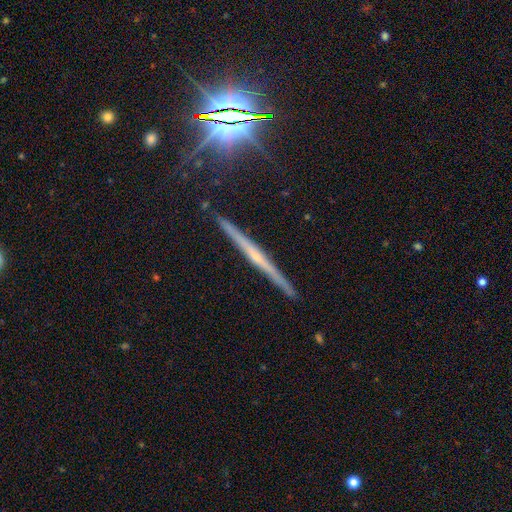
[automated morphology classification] featured or disk 71%, smooth 16%, star or artifact 12%. Down the decision tree: edge-on disk — yes (98%); edge-on bulge — rounded (54%); merging — none (90%).